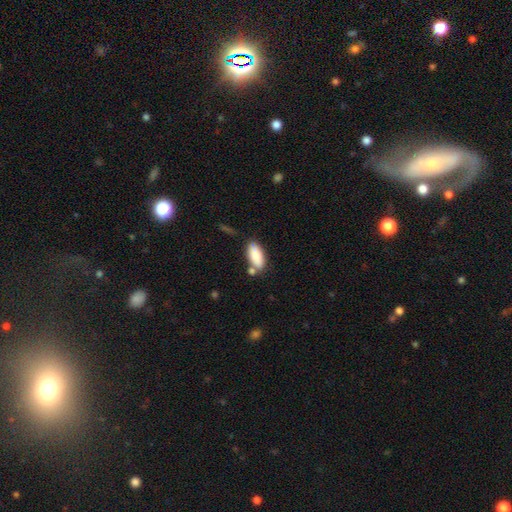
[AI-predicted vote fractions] smooth 87%, featured or disk 7%, star or artifact 6%. Down the decision tree: how rounded — in between (87%); merging — none (65%).